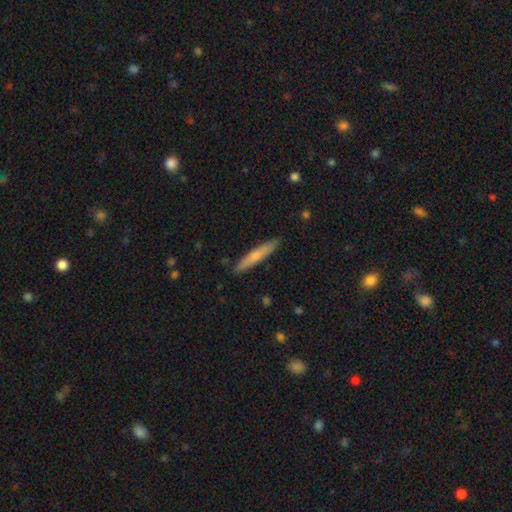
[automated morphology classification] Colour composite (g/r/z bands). It shows a smooth galaxy with no disk features (63%) that is cigar-shaped (93%). Merging: none (90%).